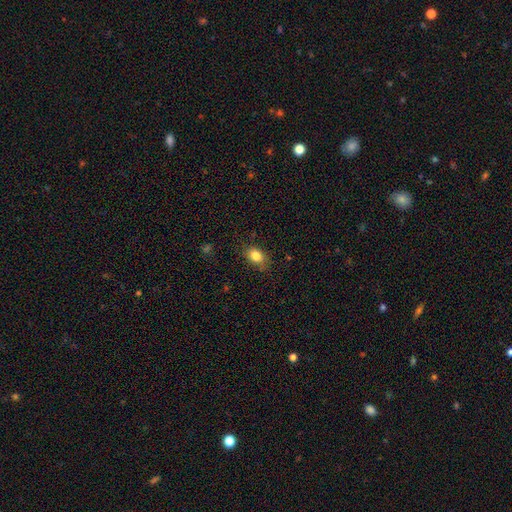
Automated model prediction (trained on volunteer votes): This appears to be a smooth galaxy with no disk features (84%) that is in between round and cigar-shaped (74%). Merging: none (78%).